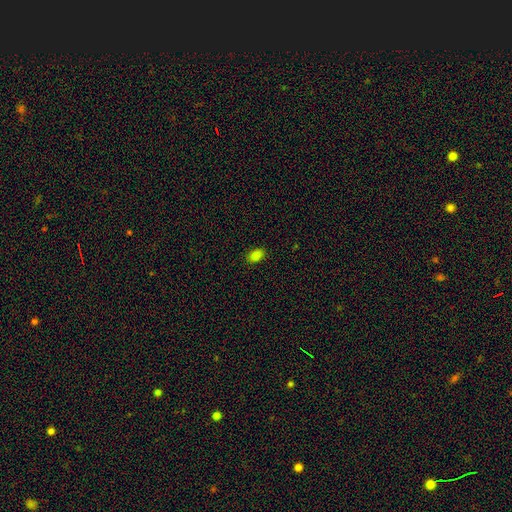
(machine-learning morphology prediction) This is clearly a smooth galaxy (84%). How rounded: clearly in between (86%). Merging: clearly none (88%).